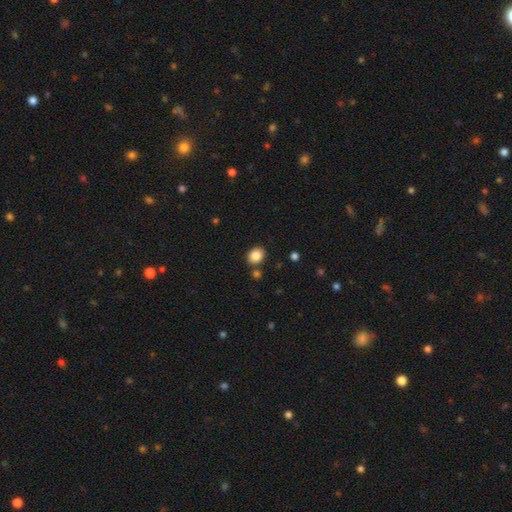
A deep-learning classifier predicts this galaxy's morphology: Smooth or featured: smooth — 86% (star or artifact — 9%)
How rounded: in between — 50% (round — 49%)
Merging: none — 79% (minor disturbance — 10%)